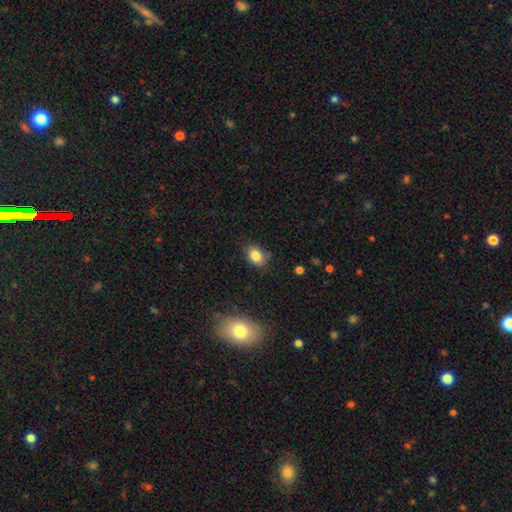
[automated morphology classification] A smooth galaxy with no disk features (83%) that is in between round and cigar-shaped (76%). Merging: none (80%).